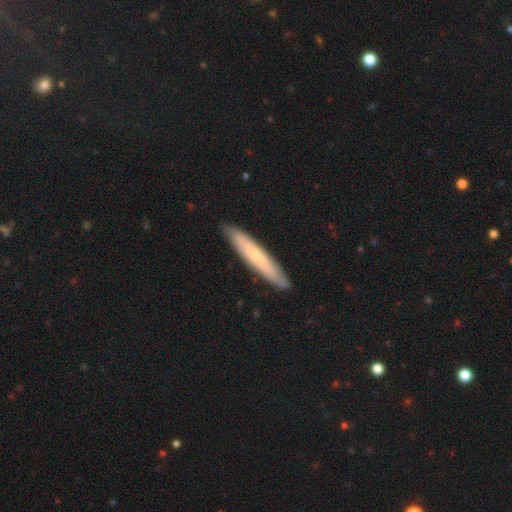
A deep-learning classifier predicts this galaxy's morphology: This appears to be a smooth galaxy with no disk features (63%) that is cigar-shaped (94%). Merging: none (89%).